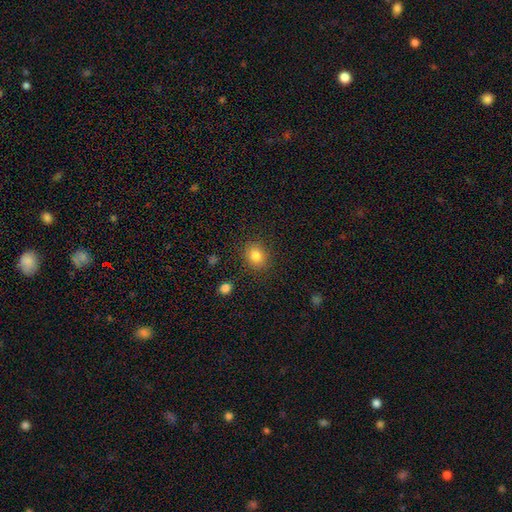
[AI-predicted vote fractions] Smooth or featured?
  - smooth: 84% *
  - star or artifact: 11%
  - featured or disk: 5%
How rounded?
  - round: 69% *
  - in between: 30%
  - cigar-shaped: 1%
Merging?
  - none: 87% *
  - minor disturbance: 8%
  - major disturbance: 3%
  - merger: 2%